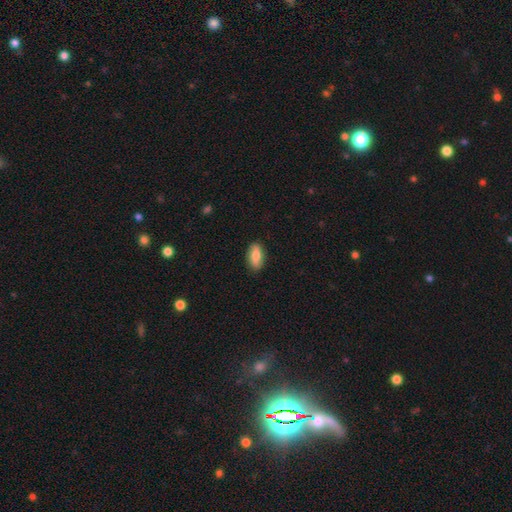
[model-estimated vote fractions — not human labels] Smooth or featured? Predicted: smooth (p=0.69). How rounded? Predicted: in between (p=0.88). Merging? Predicted: none (p=0.86).